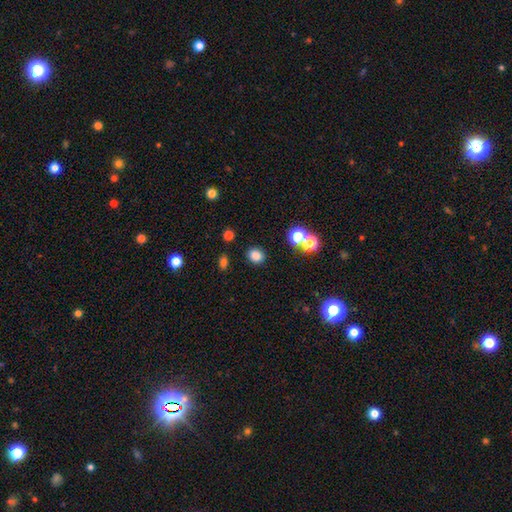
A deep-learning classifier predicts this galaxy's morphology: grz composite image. It shows a smooth galaxy with no disk features (82%) that is round (64%). Merging: none (84%).